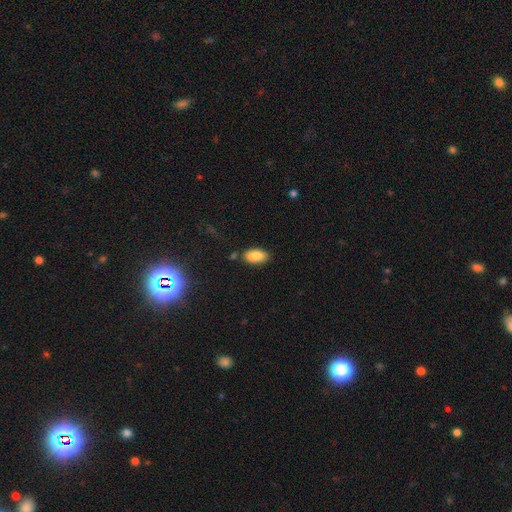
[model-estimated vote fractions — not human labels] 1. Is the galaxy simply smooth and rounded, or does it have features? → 85% smooth, 8% star or artifact, 7% featured or disk.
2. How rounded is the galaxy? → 93% in between, 3% round, 3% cigar-shaped.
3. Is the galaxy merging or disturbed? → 78% none, 14% minor disturbance, 5% merger, 3% major disturbance.